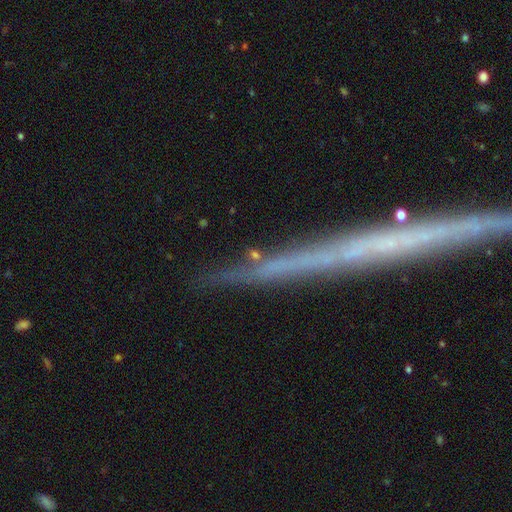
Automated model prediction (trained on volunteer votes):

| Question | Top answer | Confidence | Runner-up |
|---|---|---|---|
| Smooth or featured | smooth | 37% | featured or disk (34%) |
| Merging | none | 74% | minor disturbance (13%) |